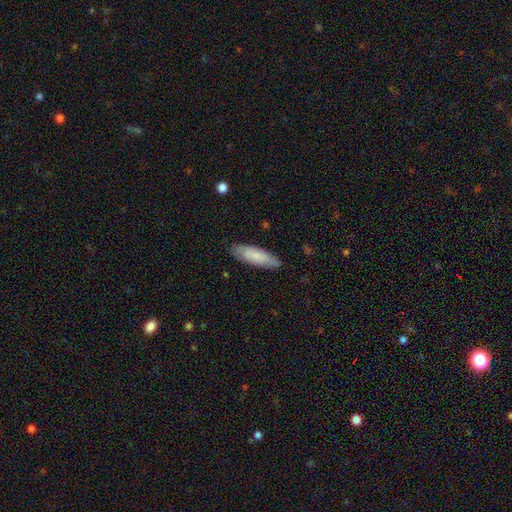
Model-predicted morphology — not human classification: type=smooth (71%); roundness=cigar-shaped (52%); merging=none (84%).